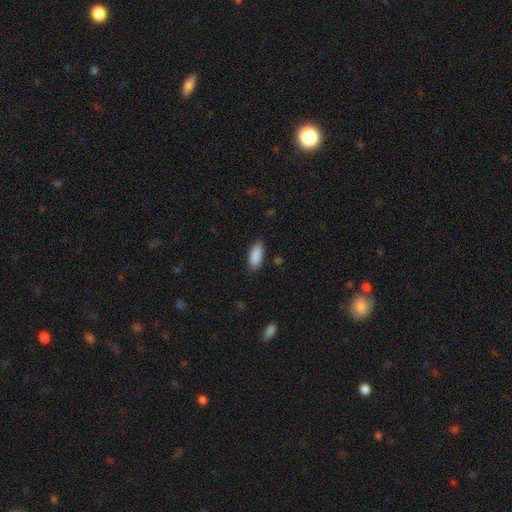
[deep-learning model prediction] A smooth galaxy with no disk features (90%) that is in between round and cigar-shaped (84%).

Vote fractions:
- Smooth or featured? smooth: 90% / star or artifact: 6% / featured or disk: 4%
- How rounded? in between: 84% / cigar-shaped: 14% / round: 2%
- Merging? none: 85% / minor disturbance: 11% / major disturbance: 2% / merger: 1%